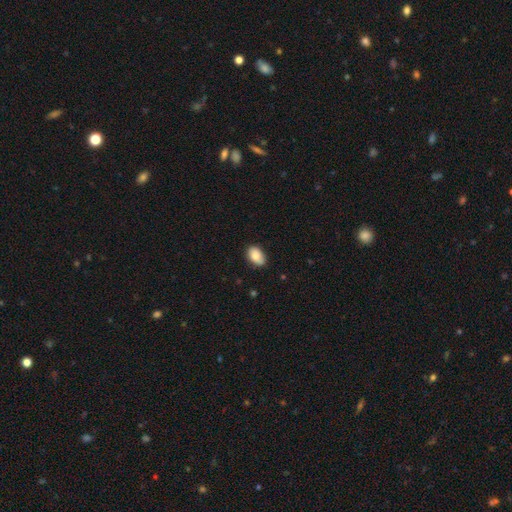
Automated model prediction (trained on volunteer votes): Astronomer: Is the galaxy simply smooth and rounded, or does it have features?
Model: smooth — 82%.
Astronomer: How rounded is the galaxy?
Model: in between — 88%.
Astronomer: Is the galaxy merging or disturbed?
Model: none — 75%.